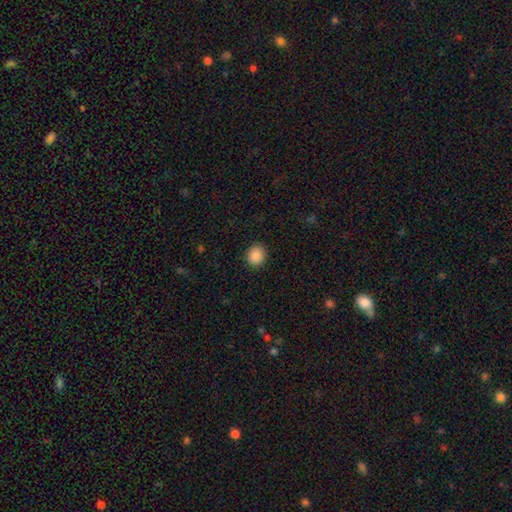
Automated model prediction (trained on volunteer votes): Overall: smooth (89%). How rounded: round (80%). Merging: none (90%).